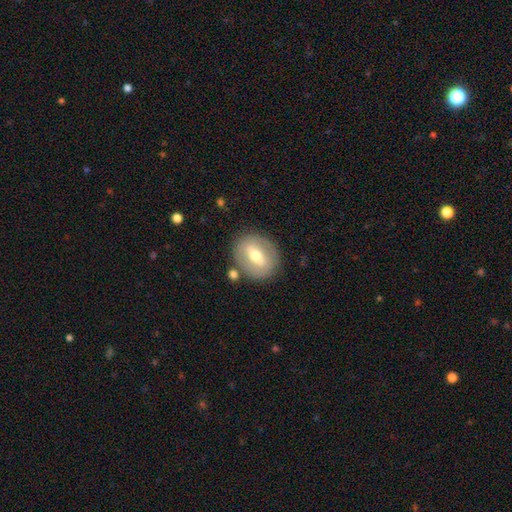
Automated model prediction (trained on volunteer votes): Q: Smooth or featured?
A: featured or disk (51%); runner-up: smooth (42%)
Q: Edge-on disk?
A: no (86%); runner-up: yes (14%)
Q: Merging?
A: none (80%); runner-up: minor disturbance (11%)